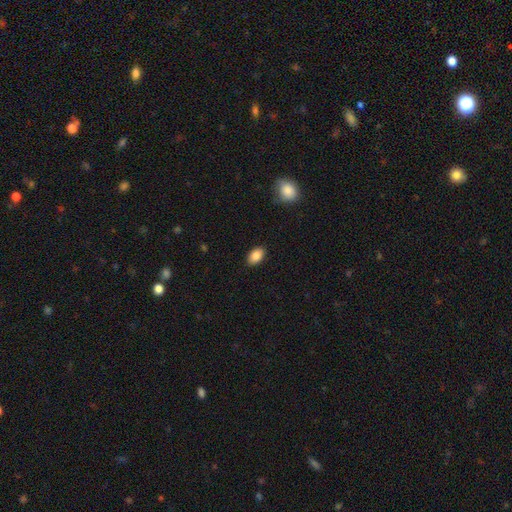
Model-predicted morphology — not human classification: Smooth or featured?
  - smooth: 87% *
  - star or artifact: 8%
  - featured or disk: 6%
How rounded?
  - in between: 91% *
  - round: 7%
  - cigar-shaped: 1%
Merging?
  - none: 89% *
  - minor disturbance: 8%
  - major disturbance: 2%
  - merger: 1%